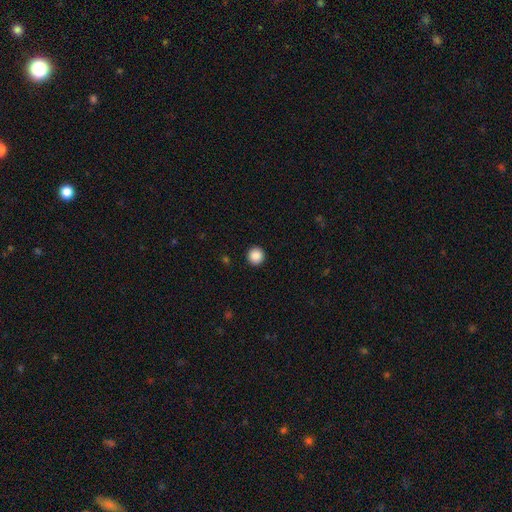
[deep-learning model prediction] Smooth or featured: smooth — 88% (star or artifact — 9%)
How rounded: round — 95% (in between — 4%)
Merging: none — 93% (minor disturbance — 4%)